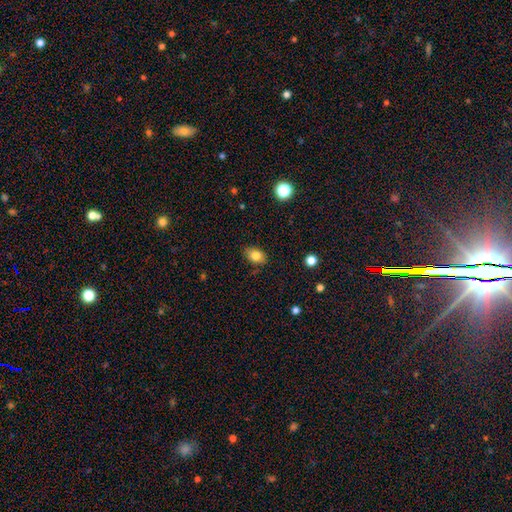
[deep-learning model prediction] smooth-or-featured: smooth: 82% | star or artifact: 9% | featured or disk: 9%
  how-rounded: in between: 81% | round: 18% | cigar-shaped: 1%
  merging: none: 84% | minor disturbance: 13% | major disturbance: 2% | merger: 1%